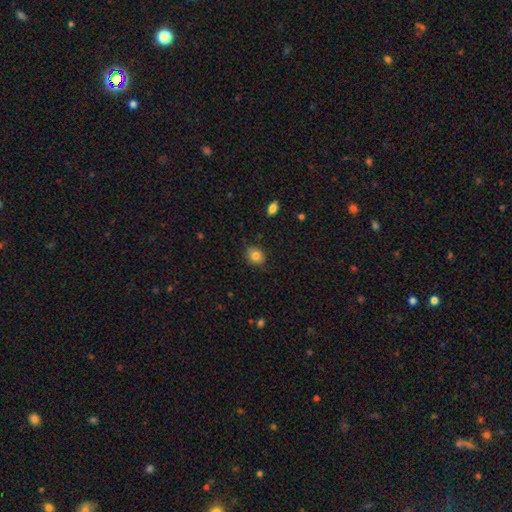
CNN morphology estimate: This appears to be a smooth galaxy with no disk features (82%) that is round (62%). Merging: none (86%).